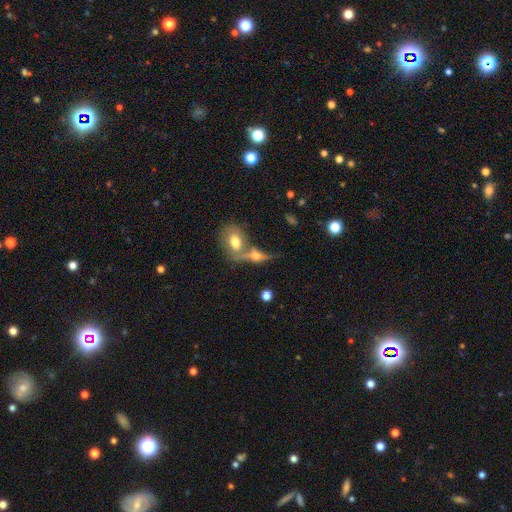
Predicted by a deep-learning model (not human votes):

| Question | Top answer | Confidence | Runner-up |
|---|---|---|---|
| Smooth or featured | featured or disk | 54% | smooth (36%) |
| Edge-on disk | yes | 83% | no (17%) |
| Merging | none | 46% | merger (37%) |